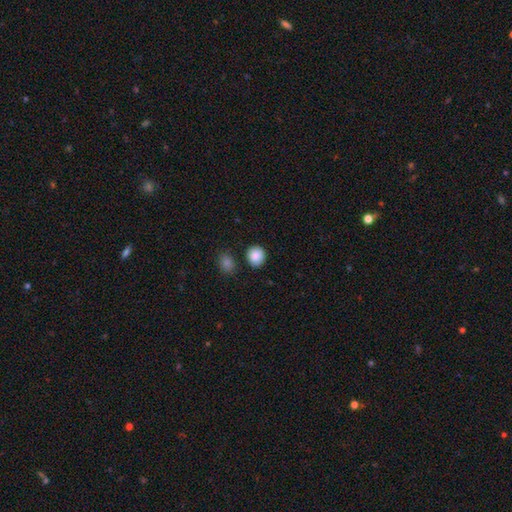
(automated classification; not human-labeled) This is clearly a smooth galaxy (89%). How rounded: clearly round (85%). Merging: clearly none (83%).